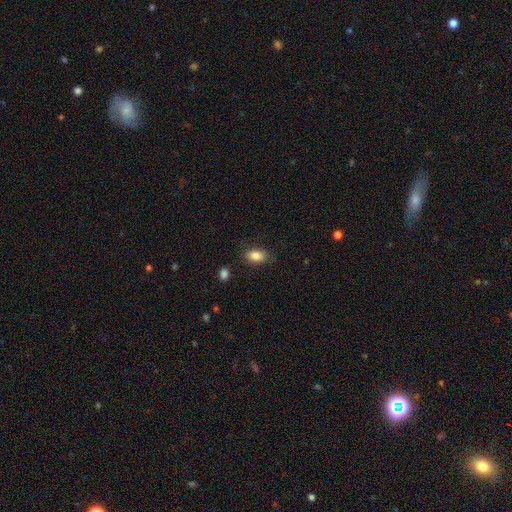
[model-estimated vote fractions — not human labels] Smooth or featured?
  - smooth: 85% *
  - star or artifact: 8%
  - featured or disk: 7%
How rounded?
  - in between: 87% *
  - round: 11%
  - cigar-shaped: 2%
Merging?
  - none: 82% *
  - minor disturbance: 13%
  - major disturbance: 3%
  - merger: 2%